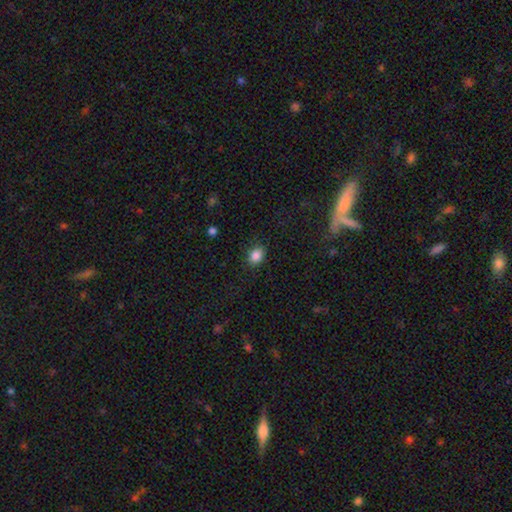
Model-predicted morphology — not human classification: A smooth galaxy with no disk features (85%) that is in between round and cigar-shaped (59%). Merging: none (85%).